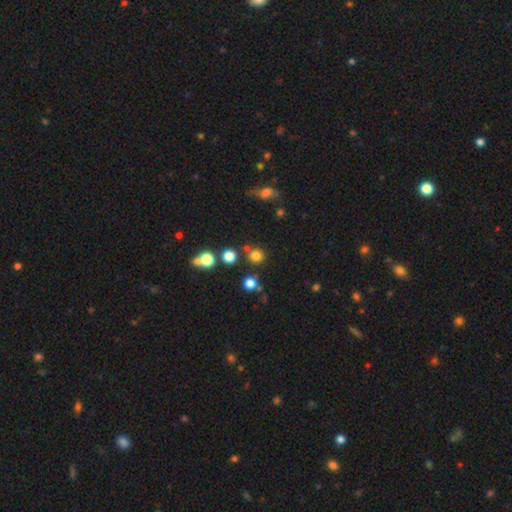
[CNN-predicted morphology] smooth_or_featured: smooth (p=0.76) [alt: star or artifact p=0.18]
how_rounded: round (p=0.92) [alt: in between p=0.07]
merging: none (p=0.80) [alt: merger p=0.09]